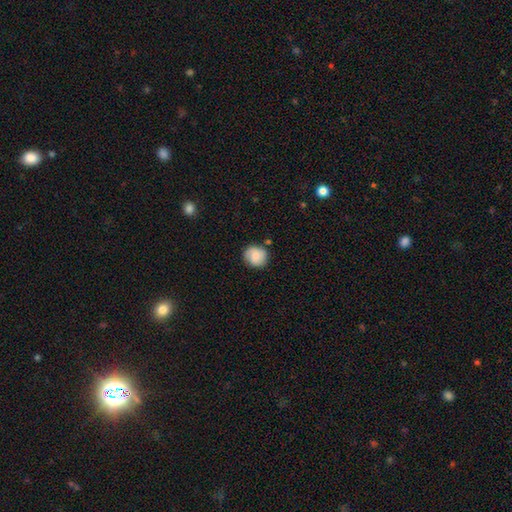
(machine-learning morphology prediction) Smooth or featured?
  - smooth: 63% *
  - featured or disk: 29%
  - star or artifact: 8%
How rounded?
  - round: 84% *
  - in between: 15%
  - cigar-shaped: 1%
Merging?
  - none: 78% *
  - minor disturbance: 15%
  - major disturbance: 4%
  - merger: 4%